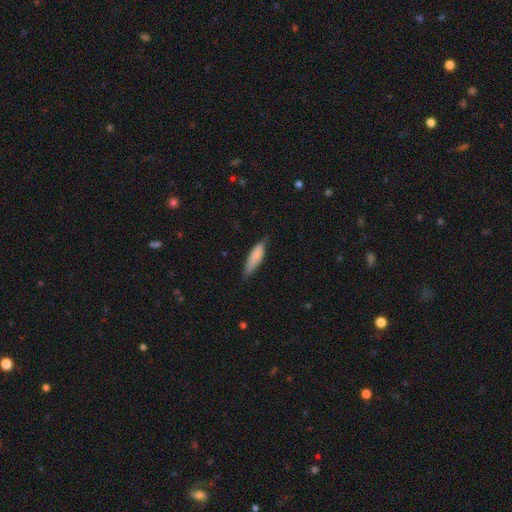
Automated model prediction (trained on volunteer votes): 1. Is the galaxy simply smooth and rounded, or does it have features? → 82% smooth, 12% featured or disk, 6% star or artifact.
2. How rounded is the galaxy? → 61% cigar-shaped, 37% in between, 2% round.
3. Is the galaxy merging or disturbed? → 72% none, 23% minor disturbance, 4% major disturbance, 1% merger.